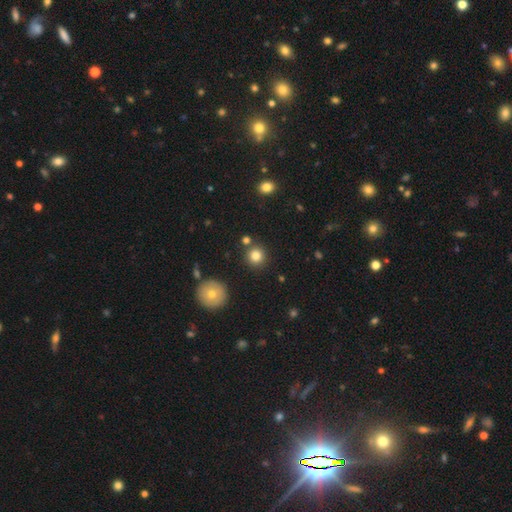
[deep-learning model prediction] A smooth galaxy with no disk features (81%) that is round (93%). Merging: none (84%).